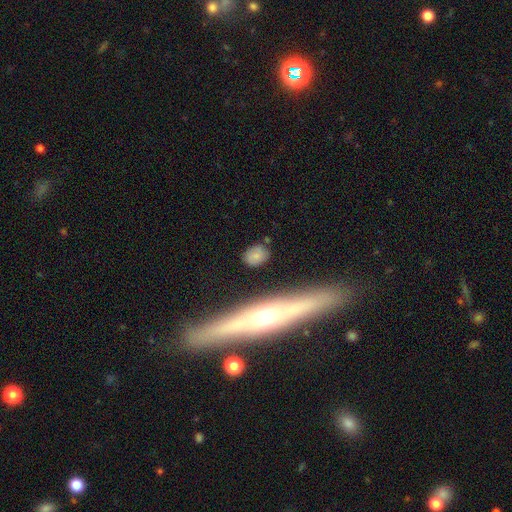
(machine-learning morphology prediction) Smooth or featured? smooth (77%)
How rounded? round (54%)
Merging? none (80%)